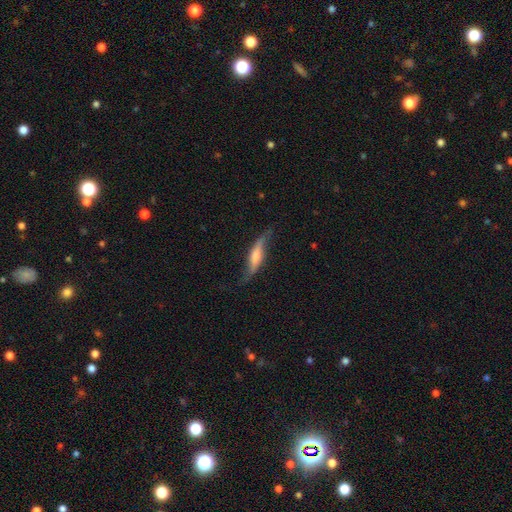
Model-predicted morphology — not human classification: smooth_or_featured: featured or disk (p=0.64) [alt: smooth p=0.29]
disk_edge_on: yes (p=0.54) [alt: no p=0.46]
merging: none (p=0.63) [alt: minor disturbance p=0.24]